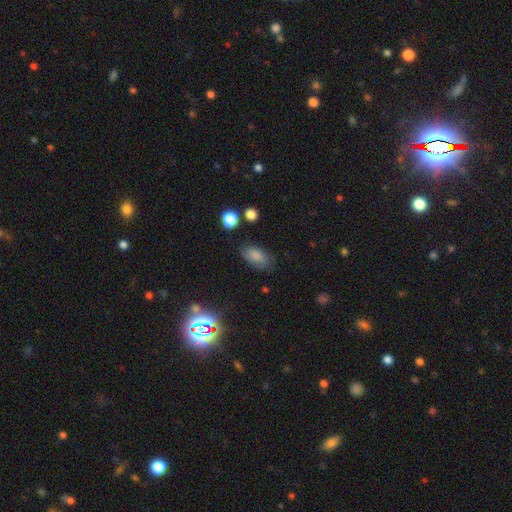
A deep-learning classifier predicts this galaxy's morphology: This is likely a smooth galaxy (72%). How rounded: clearly in between (91%). Merging: likely none (71%).